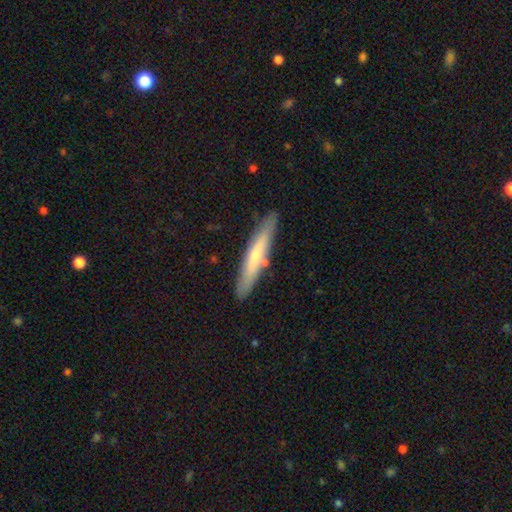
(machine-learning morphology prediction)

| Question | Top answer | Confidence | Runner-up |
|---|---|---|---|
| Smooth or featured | smooth | 54% | featured or disk (41%) |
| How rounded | cigar-shaped | 92% | in between (7%) |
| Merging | none | 84% | minor disturbance (10%) |